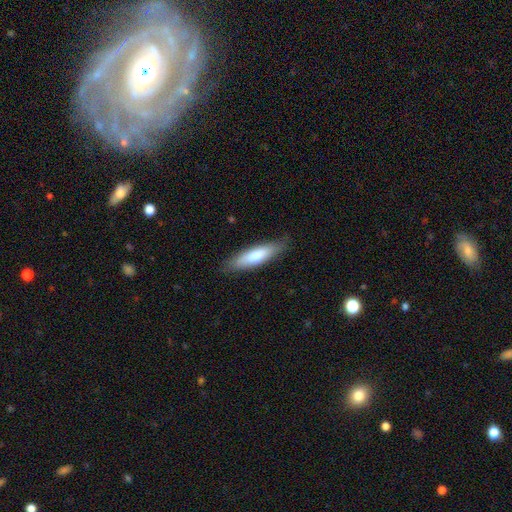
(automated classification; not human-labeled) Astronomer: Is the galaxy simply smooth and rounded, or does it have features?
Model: smooth — 78%.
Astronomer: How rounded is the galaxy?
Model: cigar-shaped — 64%.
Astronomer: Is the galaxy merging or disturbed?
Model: none — 83%.